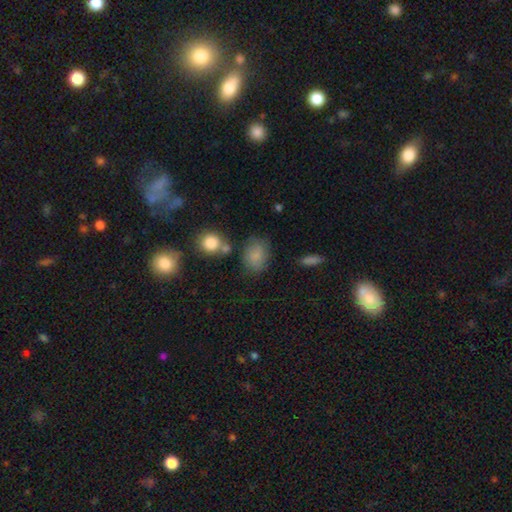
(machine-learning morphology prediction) Smooth or featured?
  - smooth: 80% *
  - featured or disk: 11%
  - star or artifact: 10%
How rounded?
  - in between: 65% *
  - round: 33%
  - cigar-shaped: 1%
Merging?
  - none: 66% *
  - minor disturbance: 19%
  - merger: 8%
  - major disturbance: 6%